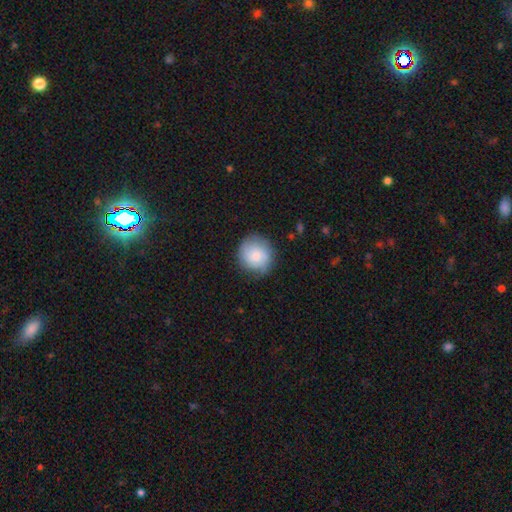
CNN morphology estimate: A smooth galaxy with no disk features (74%) that is round (90%).

Vote fractions:
- Smooth or featured? smooth: 74% / featured or disk: 19% / star or artifact: 7%
- How rounded? round: 90% / in between: 9% / cigar-shaped: 1%
- Merging? none: 80% / minor disturbance: 15% / major disturbance: 4% / merger: 1%